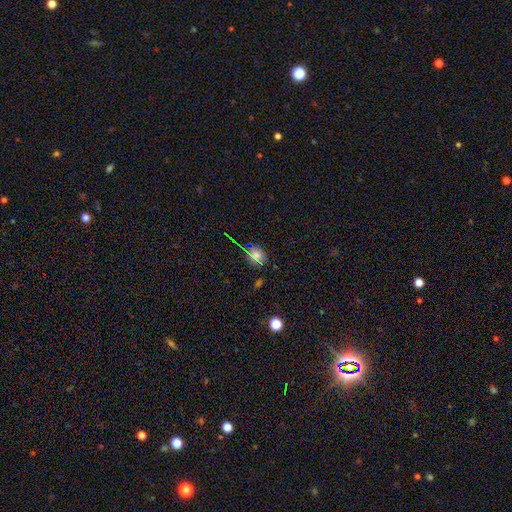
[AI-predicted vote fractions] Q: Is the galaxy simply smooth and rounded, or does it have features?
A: smooth — 69%.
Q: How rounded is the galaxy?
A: round — 68%.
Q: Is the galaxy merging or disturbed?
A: none — 80%.